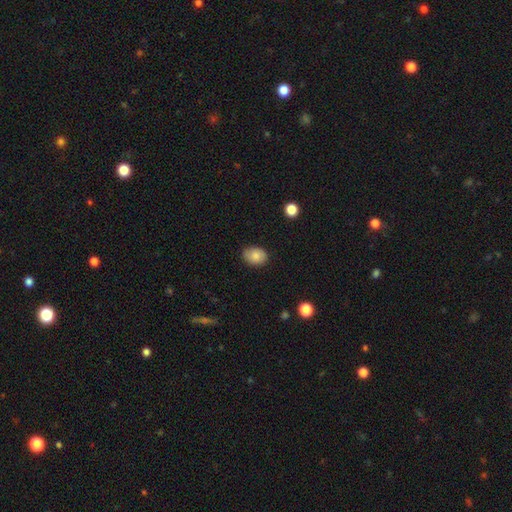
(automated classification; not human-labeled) smooth_or_featured: smooth (p=0.82) [alt: featured or disk p=0.10]
how_rounded: in between (p=0.66) [alt: round p=0.33]
merging: none (p=0.80) [alt: minor disturbance p=0.16]